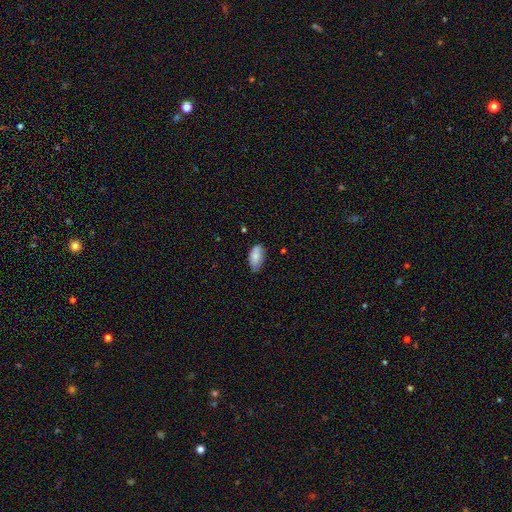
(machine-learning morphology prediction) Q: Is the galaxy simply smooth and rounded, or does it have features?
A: smooth — 79%.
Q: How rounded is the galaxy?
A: in between — 93%.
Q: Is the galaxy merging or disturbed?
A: none — 67%.